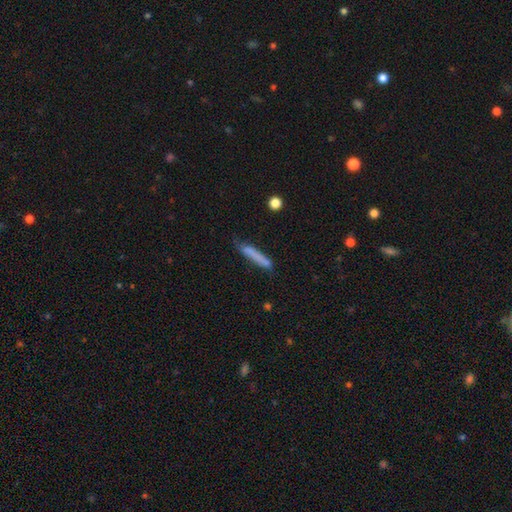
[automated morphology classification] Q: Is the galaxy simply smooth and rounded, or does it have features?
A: smooth — 73%.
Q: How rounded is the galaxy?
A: cigar-shaped — 94%.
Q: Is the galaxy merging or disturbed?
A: none — 71%.